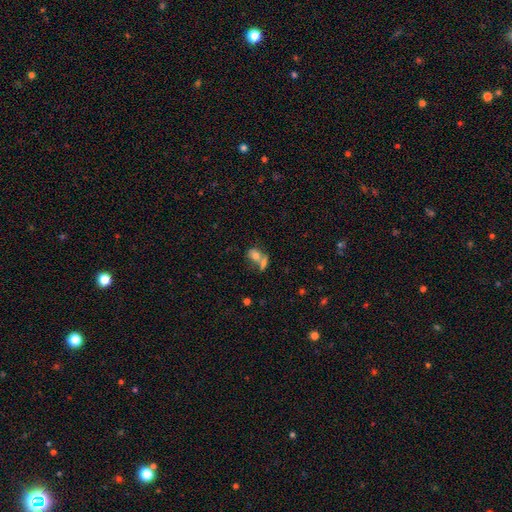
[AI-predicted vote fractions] The model was most divided on "merging": merger: 53%, none: 29%, minor disturbance: 10%, major disturbance: 7%. More confident: smooth or featured — smooth (71%); how rounded — in between (63%).